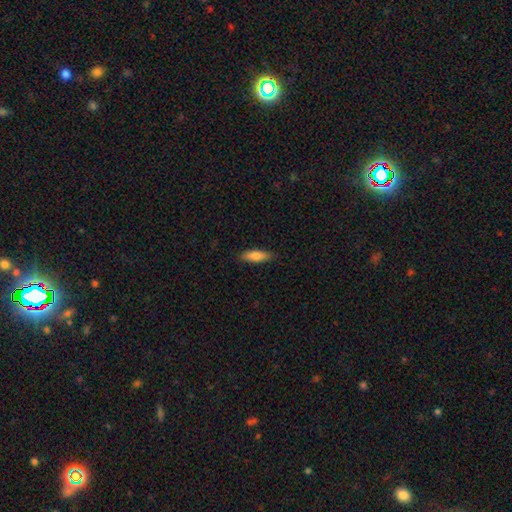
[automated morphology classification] The model was most divided on "how rounded": in between: 51%, cigar-shaped: 47%, round: 2%. More confident: merging — none (86%); smooth or featured — smooth (78%).